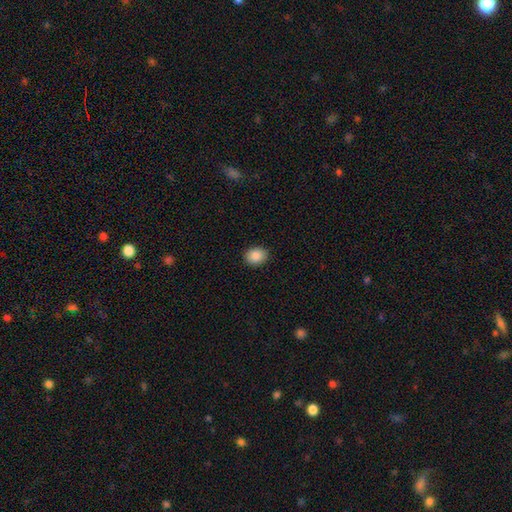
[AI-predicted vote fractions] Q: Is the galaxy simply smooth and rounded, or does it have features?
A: smooth — 88%.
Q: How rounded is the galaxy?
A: in between — 54%.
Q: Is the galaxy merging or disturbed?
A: none — 90%.